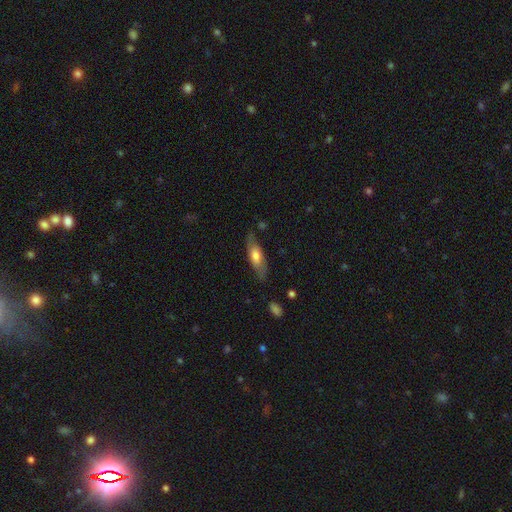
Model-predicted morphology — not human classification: A smooth galaxy with no disk features (52%) that is in between round and cigar-shaped (59%). Merging: none (74%).